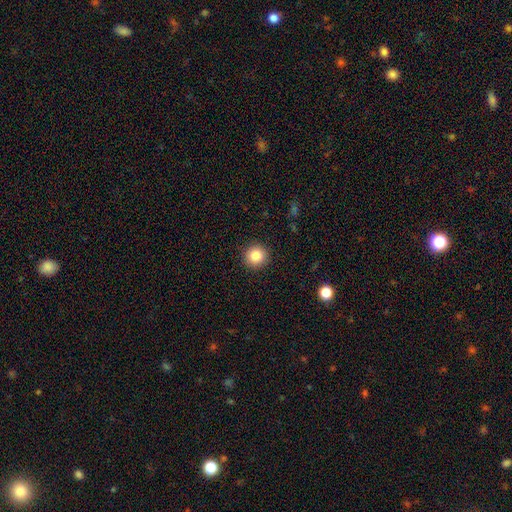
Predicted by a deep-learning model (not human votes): A smooth galaxy with no disk features (85%) that is round (94%). Merging: none (92%).